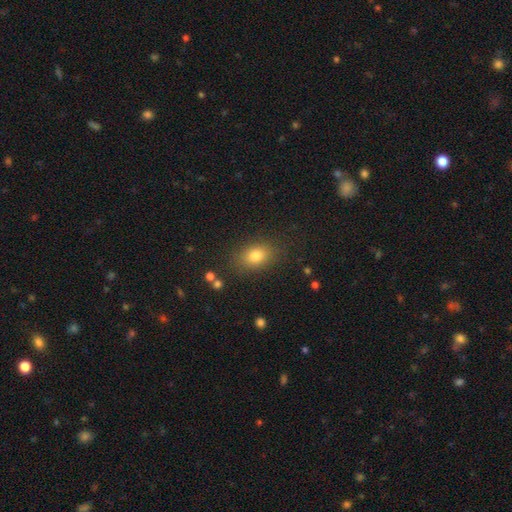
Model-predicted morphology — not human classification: This appears to be a smooth galaxy with no disk features (78%) that is in between round and cigar-shaped (77%). Merging: none (84%).